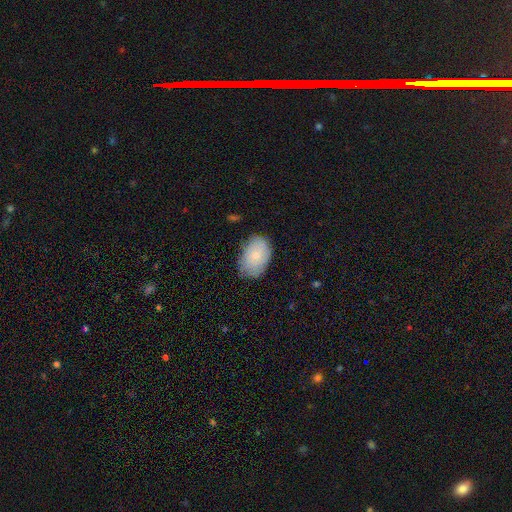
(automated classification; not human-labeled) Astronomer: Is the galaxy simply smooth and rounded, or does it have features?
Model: smooth — 71%.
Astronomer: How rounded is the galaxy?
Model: in between — 86%.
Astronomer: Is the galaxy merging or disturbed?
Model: none — 71%.